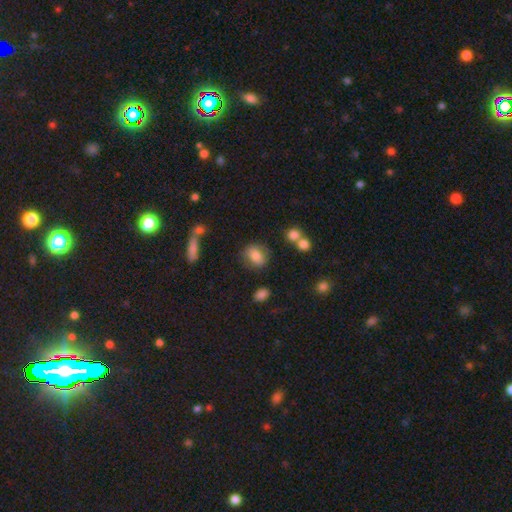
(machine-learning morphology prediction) The model was most divided on "how rounded": in between: 55%, round: 43%, cigar-shaped: 2%. More confident: smooth or featured — smooth (75%); merging — none (69%).